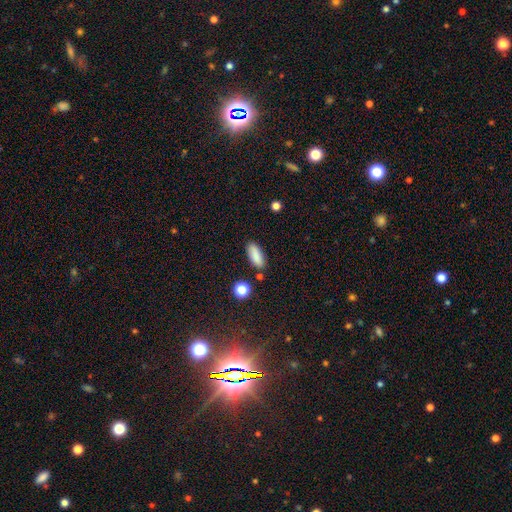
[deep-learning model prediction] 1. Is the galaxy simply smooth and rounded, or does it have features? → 87% smooth, 8% star or artifact, 6% featured or disk.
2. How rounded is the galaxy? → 71% in between, 26% cigar-shaped, 3% round.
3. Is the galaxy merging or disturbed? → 83% none, 11% minor disturbance, 4% merger, 3% major disturbance.